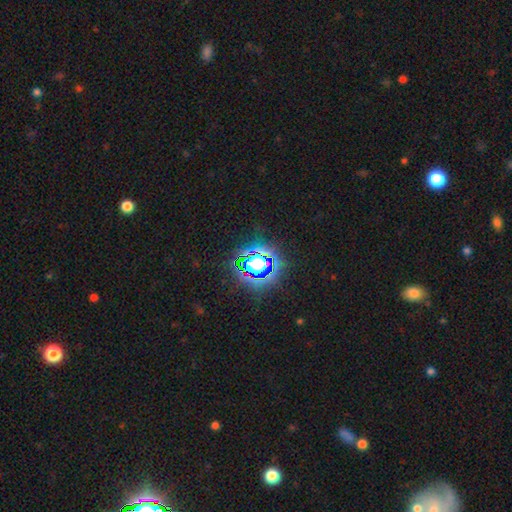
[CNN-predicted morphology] Smooth or featured?
  - star or artifact: 81% *
  - smooth: 12%
  - featured or disk: 7%